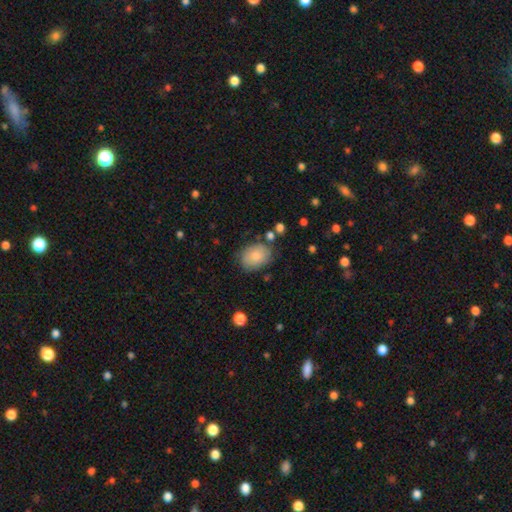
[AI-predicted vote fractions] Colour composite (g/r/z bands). It shows a smooth galaxy with no disk features (78%) that is in between round and cigar-shaped (72%). Merging: none (70%).